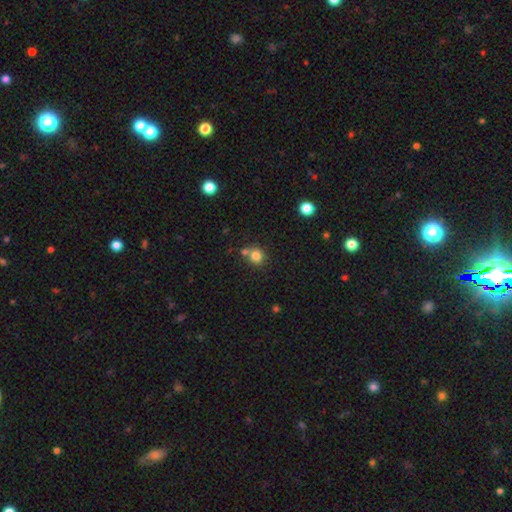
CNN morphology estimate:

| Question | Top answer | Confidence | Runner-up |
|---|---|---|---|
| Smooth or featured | smooth | 80% | star or artifact (12%) |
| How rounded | round | 86% | in between (14%) |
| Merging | none | 63% | merger (24%) |